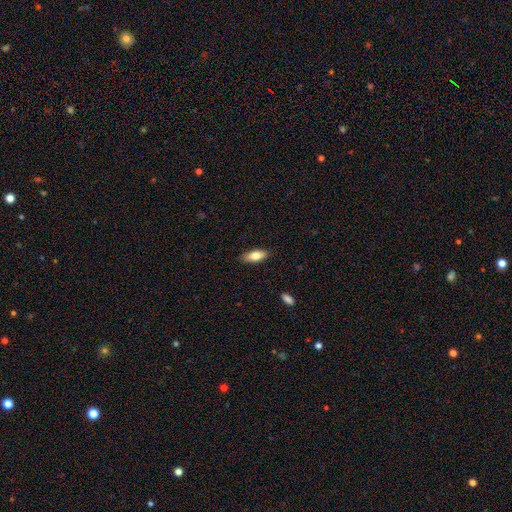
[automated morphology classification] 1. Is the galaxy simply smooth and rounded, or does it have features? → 79% smooth, 15% featured or disk, 7% star or artifact.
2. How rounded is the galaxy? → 76% in between, 21% cigar-shaped, 2% round.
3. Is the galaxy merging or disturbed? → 85% none, 11% minor disturbance, 2% major disturbance, 1% merger.